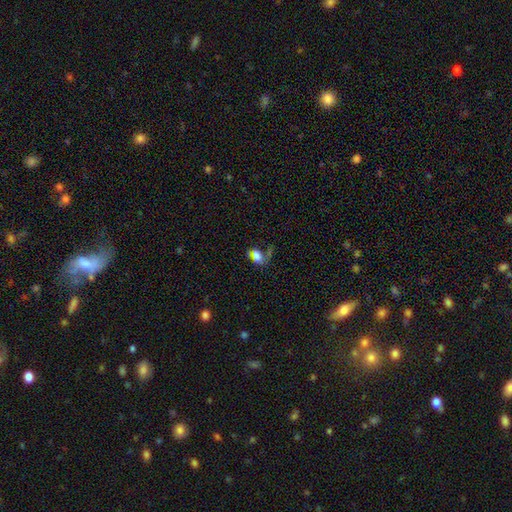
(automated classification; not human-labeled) This appears to be a smooth galaxy with no disk features (57%) that is in between round and cigar-shaped (80%). Merging: none (35%).